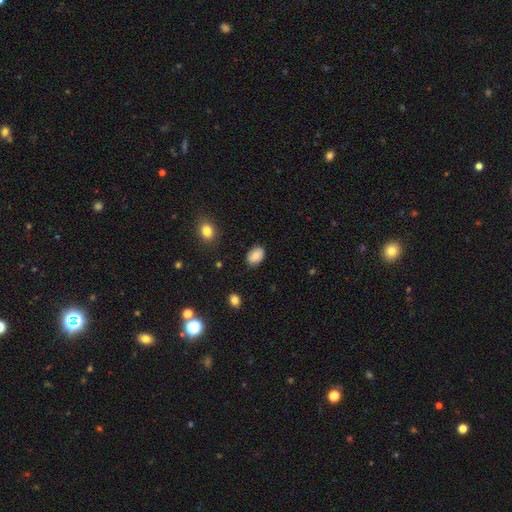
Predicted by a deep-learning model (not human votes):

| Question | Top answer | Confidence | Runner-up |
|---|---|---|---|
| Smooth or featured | smooth | 82% | featured or disk (10%) |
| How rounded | in between | 85% | round (14%) |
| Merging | none | 83% | minor disturbance (13%) |